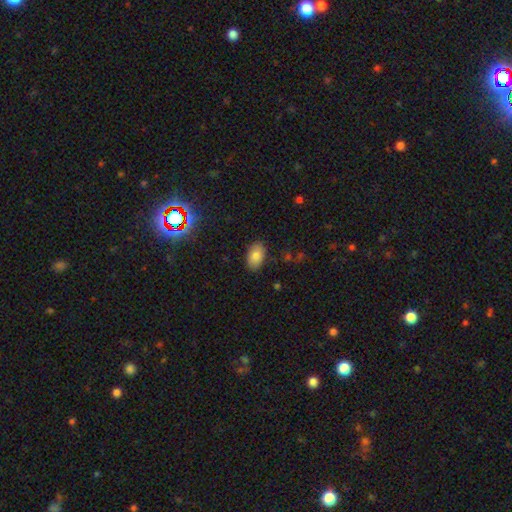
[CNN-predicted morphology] This is clearly a smooth galaxy (82%). How rounded: clearly in between (92%). Merging: clearly none (87%).